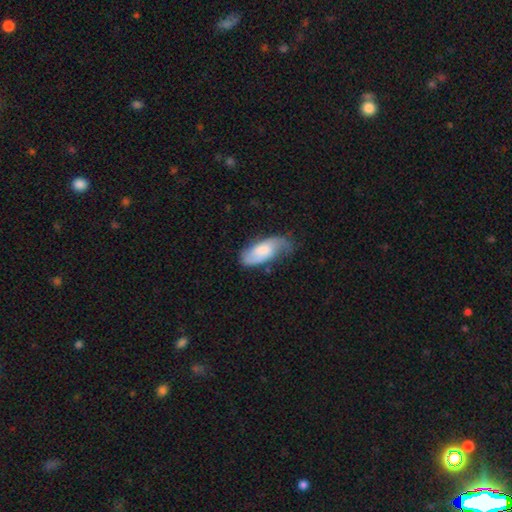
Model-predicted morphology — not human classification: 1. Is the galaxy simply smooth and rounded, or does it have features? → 50% featured or disk, 43% smooth, 6% star or artifact.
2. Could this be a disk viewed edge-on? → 91% no, 9% yes.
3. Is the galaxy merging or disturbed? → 48% none, 34% minor disturbance, 16% major disturbance, 2% merger.